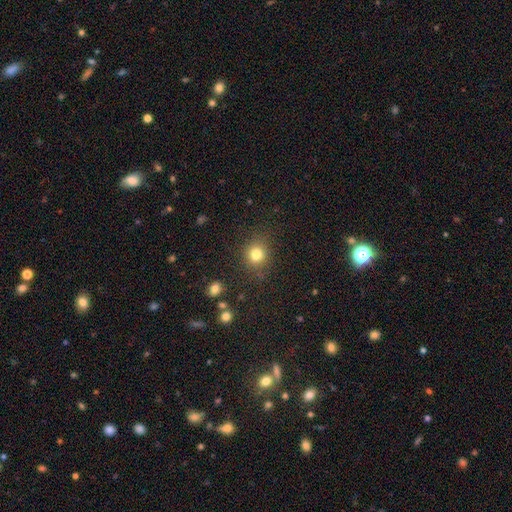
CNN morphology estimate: Overall: smooth (81%). How rounded: round (79%). Merging: none (82%).